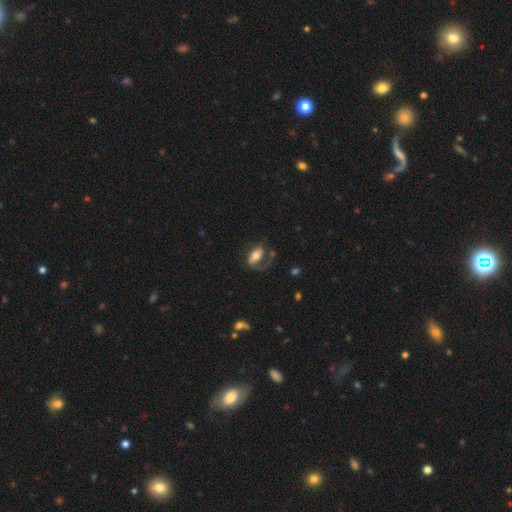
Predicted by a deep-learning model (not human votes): Smooth or featured? featured or disk (50%)
Edge-on disk? no (90%)
Merging? none (43%)